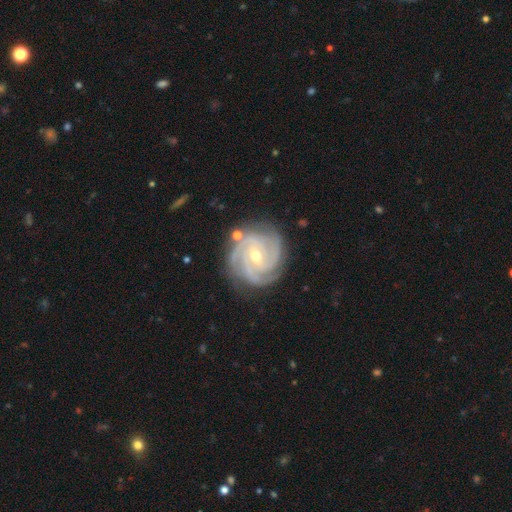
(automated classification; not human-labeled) A featured or disk galaxy (90%) with no bar (43%), 4 (37%, tied with 3) tight (77%) spiral arms (99%) and a small central bulge (52%). Merging: none (82%).